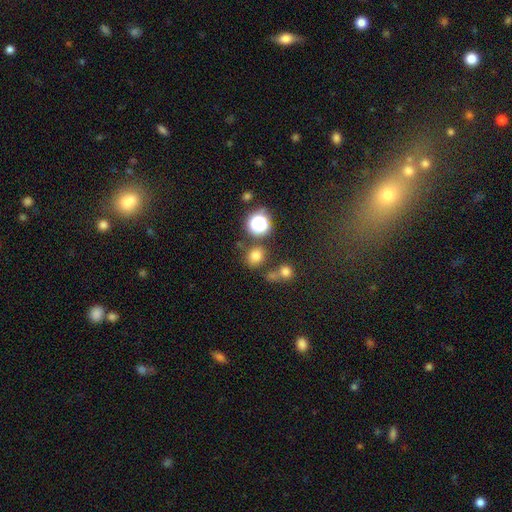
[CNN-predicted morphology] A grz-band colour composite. It shows a smooth galaxy with no disk features (72%) that is round (72%). Merging: none (71%).